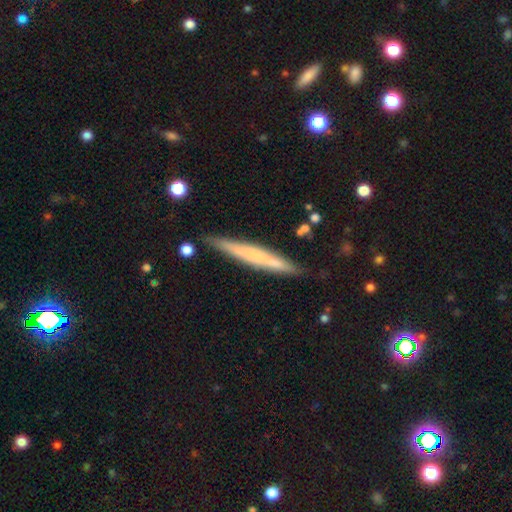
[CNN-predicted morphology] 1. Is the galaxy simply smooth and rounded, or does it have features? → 51% smooth, 43% featured or disk, 6% star or artifact.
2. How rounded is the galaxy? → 96% cigar-shaped, 3% in between, 1% round.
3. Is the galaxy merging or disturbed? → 85% none, 11% minor disturbance, 2% merger, 2% major disturbance.